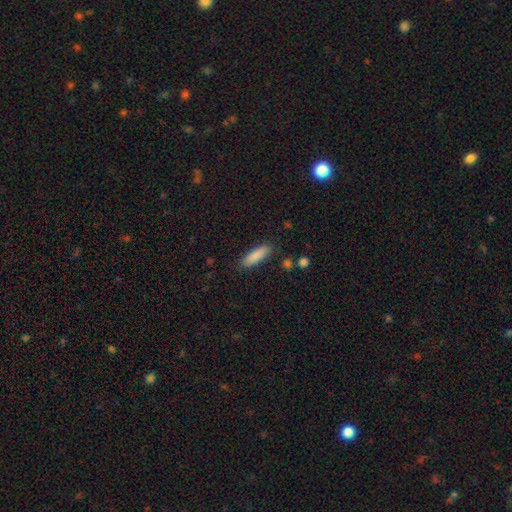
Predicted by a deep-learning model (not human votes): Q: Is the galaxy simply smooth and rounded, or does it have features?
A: smooth — 86%.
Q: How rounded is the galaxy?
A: cigar-shaped — 61%.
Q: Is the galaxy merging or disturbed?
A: none — 87%.